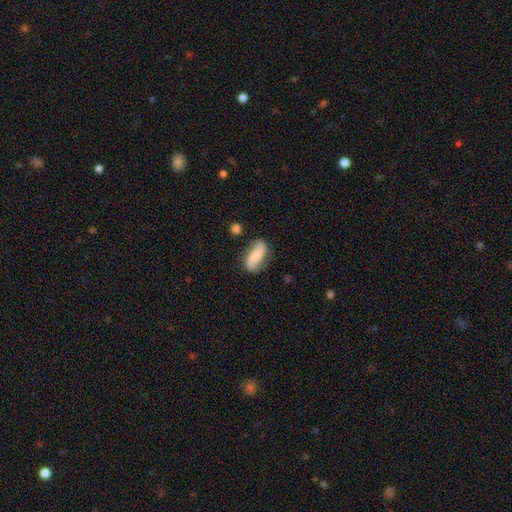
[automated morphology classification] A featured or disk galaxy (56%) with no bar (49%), spiral arms (89%) and a small central bulge (46%).

Vote fractions:
- Smooth or featured? featured or disk: 56% / smooth: 37% / star or artifact: 7%
- Edge-on disk? no: 90% / yes: 10%
- Bar? no: 49% / weak: 27% / strong: 24%
- Spiral arms? yes: 89% / no: 11%
- Bulge size? small: 46% / moderate: 34% / none: 12% / large: 6% / dominant: 2%
- Merging? none: 73% / minor disturbance: 19% / major disturbance: 6% / merger: 3%